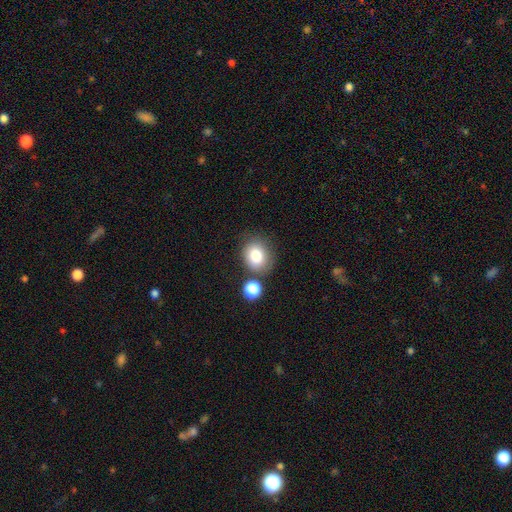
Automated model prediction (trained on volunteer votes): A smooth galaxy with no disk features (82%) that is round (63%).

Vote fractions:
- Smooth or featured? smooth: 82% / star or artifact: 10% / featured or disk: 8%
- How rounded? round: 63% / in between: 36% / cigar-shaped: 1%
- Merging? none: 70% / minor disturbance: 14% / merger: 12% / major disturbance: 5%